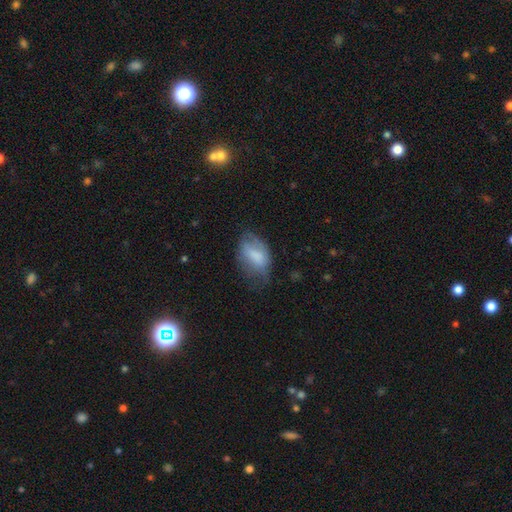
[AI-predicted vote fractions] This is likely a smooth galaxy (68%). How rounded: clearly in between (89%). Merging: marginally none (38%).